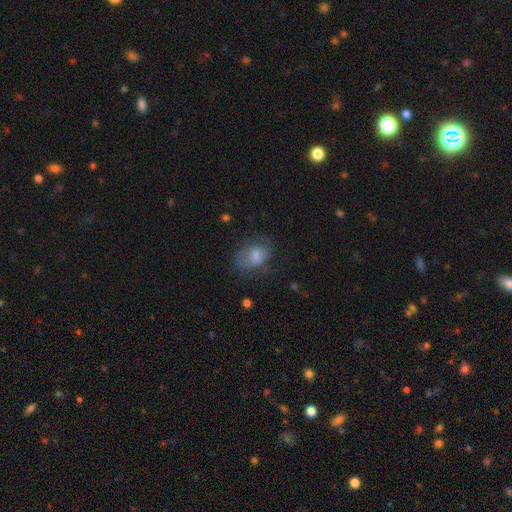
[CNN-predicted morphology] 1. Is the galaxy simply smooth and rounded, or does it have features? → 67% smooth, 22% featured or disk, 11% star or artifact.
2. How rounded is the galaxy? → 73% in between, 26% round, 1% cigar-shaped.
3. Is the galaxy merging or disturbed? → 55% none, 26% minor disturbance, 16% major disturbance, 2% merger.